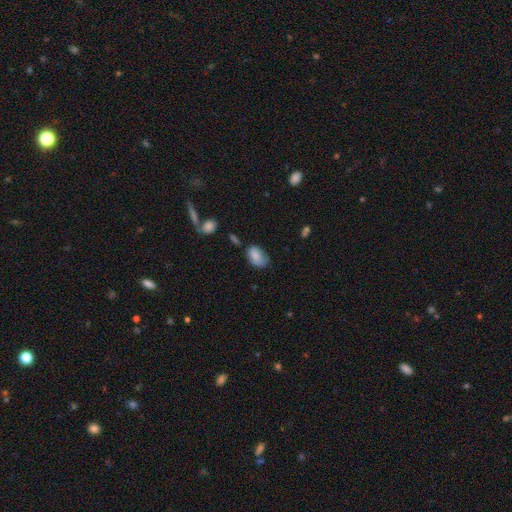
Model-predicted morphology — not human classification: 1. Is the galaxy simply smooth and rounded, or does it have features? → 78% smooth, 14% featured or disk, 8% star or artifact.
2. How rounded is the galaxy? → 89% in between, 10% round, 1% cigar-shaped.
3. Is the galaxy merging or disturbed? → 56% none, 31% minor disturbance, 9% major disturbance, 4% merger.